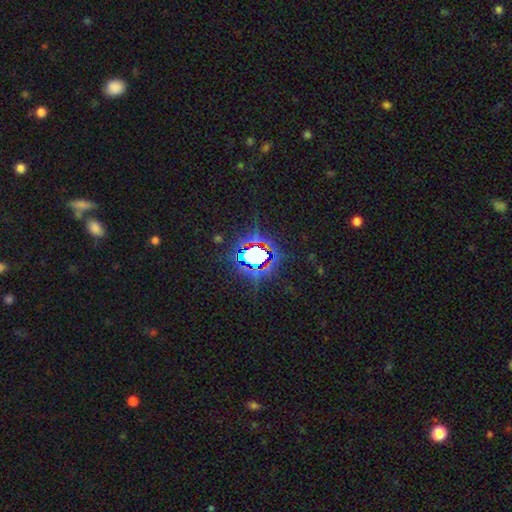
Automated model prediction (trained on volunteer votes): Q: Smooth or featured?
A: star or artifact (76%); runner-up: smooth (14%)